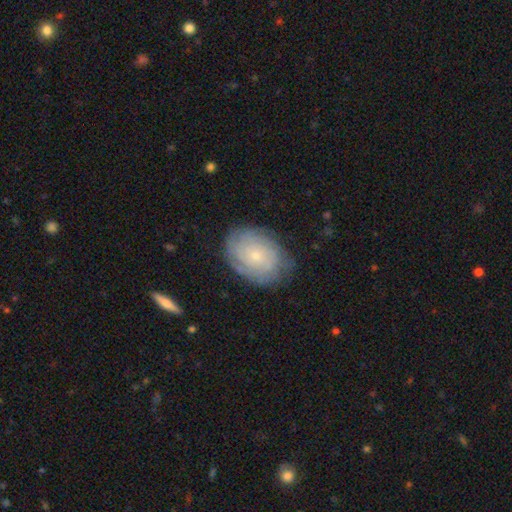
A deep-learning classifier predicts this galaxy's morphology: Smooth or featured? Predicted: featured or disk (p=0.61). Edge-on disk? Predicted: no (p=0.96). Bar? Predicted: no (p=0.86). Spiral arms? Predicted: yes (p=0.84). Bulge size? Predicted: small (p=0.79). Merging? Predicted: none (p=0.77).